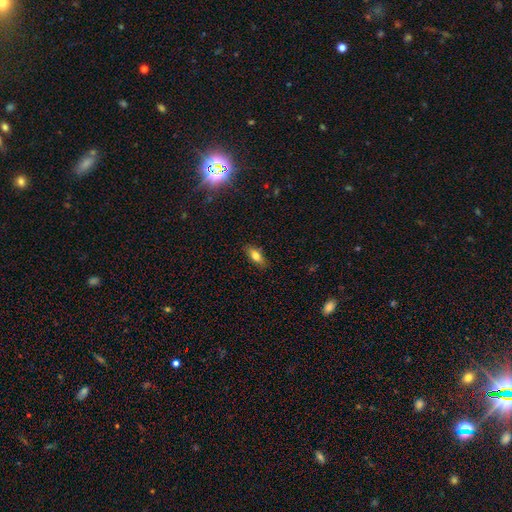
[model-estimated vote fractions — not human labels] Smooth or featured: smooth — 74% (featured or disk — 17%)
How rounded: in between — 77% (cigar-shaped — 19%)
Merging: none — 85% (minor disturbance — 11%)